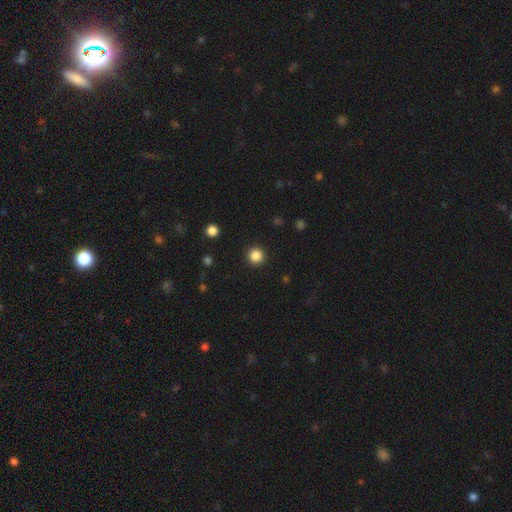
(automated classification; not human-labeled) Smooth or featured? Predicted: smooth (p=0.85). How rounded? Predicted: round (p=0.96). Merging? Predicted: none (p=0.93).